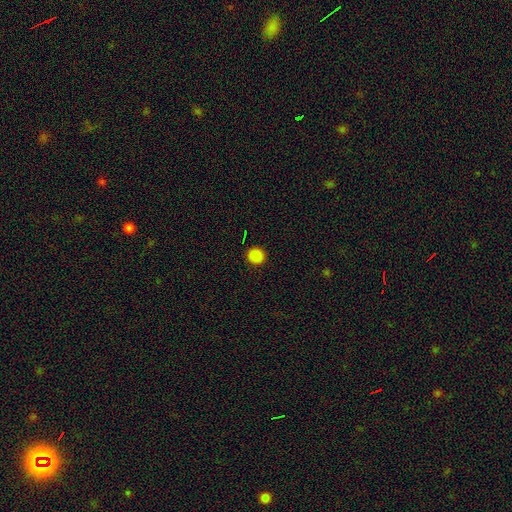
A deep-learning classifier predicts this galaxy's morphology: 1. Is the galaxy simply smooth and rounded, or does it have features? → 86% smooth, 12% star or artifact, 2% featured or disk.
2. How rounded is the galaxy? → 89% round, 10% in between, 1% cigar-shaped.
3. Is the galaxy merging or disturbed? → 91% none, 6% minor disturbance, 2% major disturbance, 1% merger.